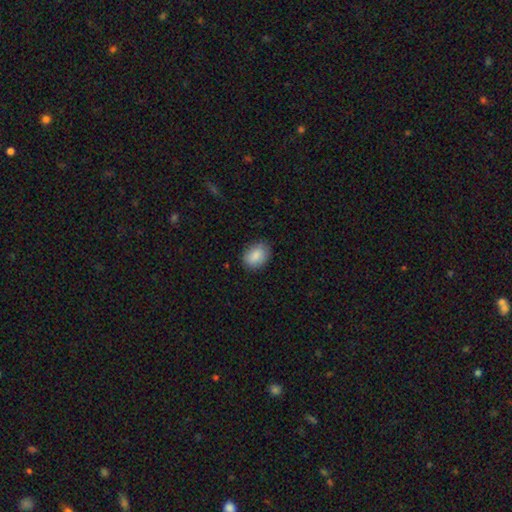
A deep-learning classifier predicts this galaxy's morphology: smooth-or-featured: smooth: 87% | star or artifact: 7% | featured or disk: 6%
  how-rounded: in between: 65% | round: 34% | cigar-shaped: 1%
  merging: none: 84% | minor disturbance: 12% | major disturbance: 3% | merger: 1%